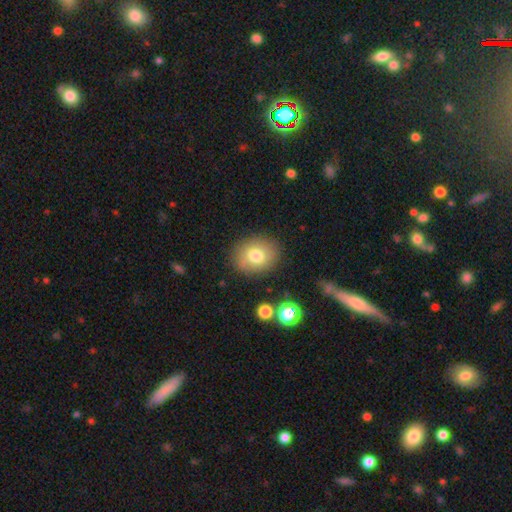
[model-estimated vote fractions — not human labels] Overall: smooth (76%). How rounded: round (52%; in between 48%). Merging: none (84%).